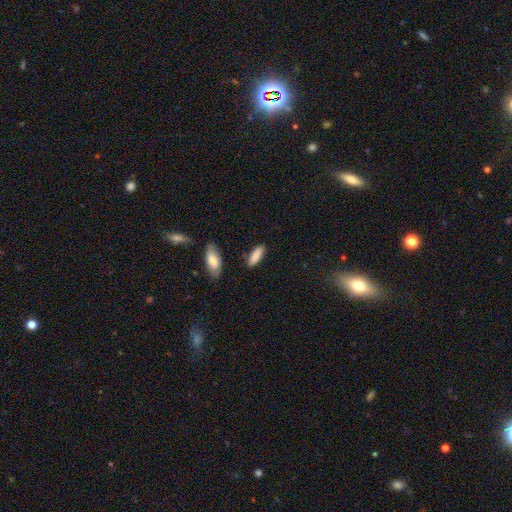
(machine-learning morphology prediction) Q: Smooth or featured?
A: smooth (87%); runner-up: featured or disk (7%)
Q: How rounded?
A: in between (64%); runner-up: cigar-shaped (34%)
Q: Merging?
A: none (83%); runner-up: minor disturbance (12%)